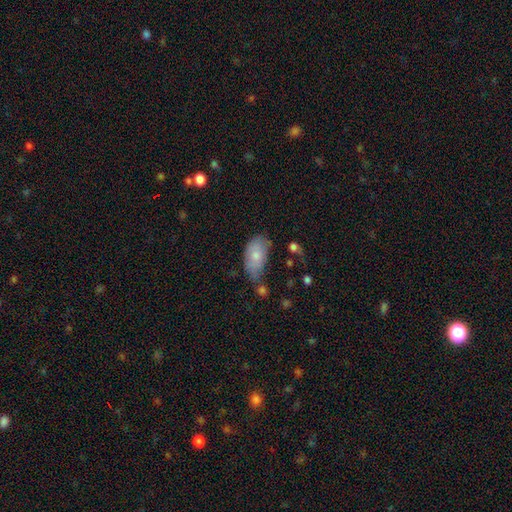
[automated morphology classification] A smooth galaxy with no disk features (75%) that is in between round and cigar-shaped (92%).

Vote fractions:
- Smooth or featured? smooth: 75% / featured or disk: 18% / star or artifact: 7%
- How rounded? in between: 92% / round: 6% / cigar-shaped: 2%
- Merging? none: 41% / minor disturbance: 37% / major disturbance: 13% / merger: 9%